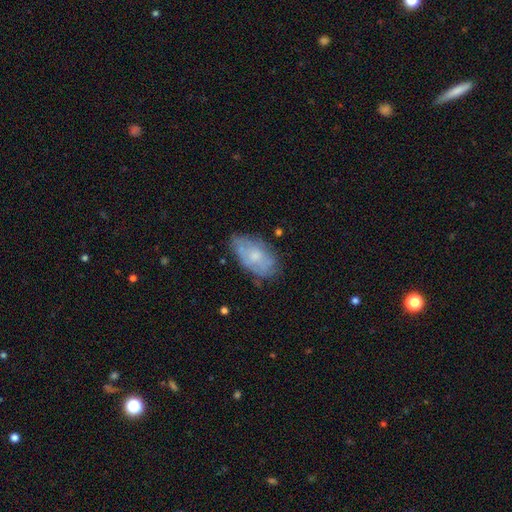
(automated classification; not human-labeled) Morphology: type=smooth (48%); merging=none (65%).